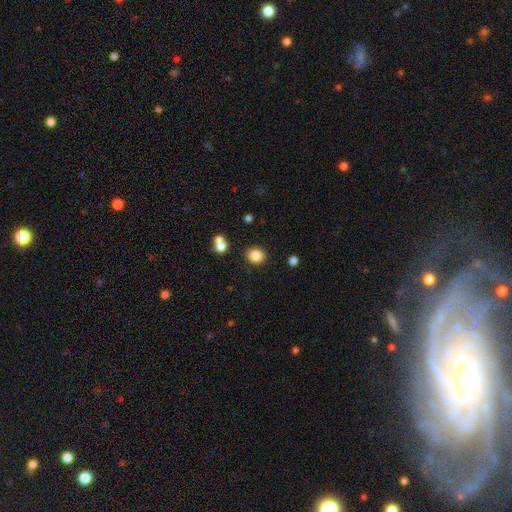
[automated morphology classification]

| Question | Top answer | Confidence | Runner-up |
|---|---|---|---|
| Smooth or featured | smooth | 84% | star or artifact (11%) |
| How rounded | round | 75% | in between (24%) |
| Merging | none | 87% | minor disturbance (7%) |